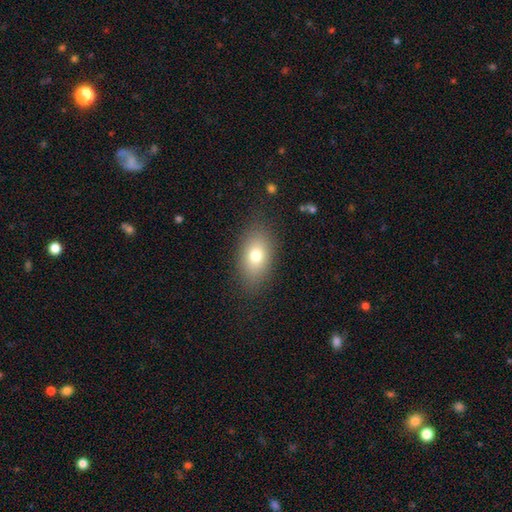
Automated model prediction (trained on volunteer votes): Overall: smooth (75%). How rounded: in between (86%). Merging: none (83%).